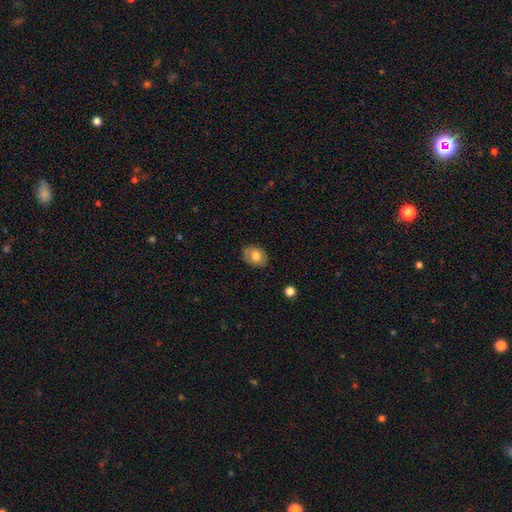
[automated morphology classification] smooth 70%, featured or disk 23%, star or artifact 8%. Down the decision tree: how rounded — in between (63%); merging — none (82%).